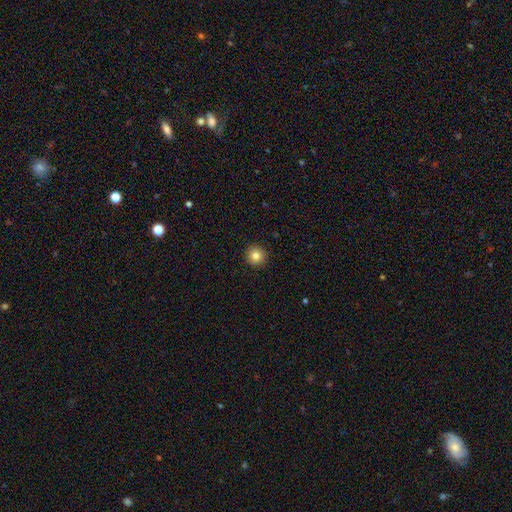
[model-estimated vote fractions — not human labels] smooth 83%, star or artifact 11%, featured or disk 6%. Down the decision tree: how rounded — round (95%); merging — none (93%).